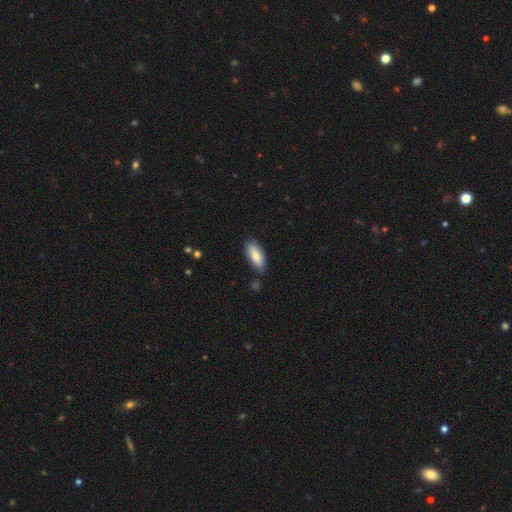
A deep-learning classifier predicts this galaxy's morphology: type=smooth (84%); roundness=in between (80%); merging=none (77%).